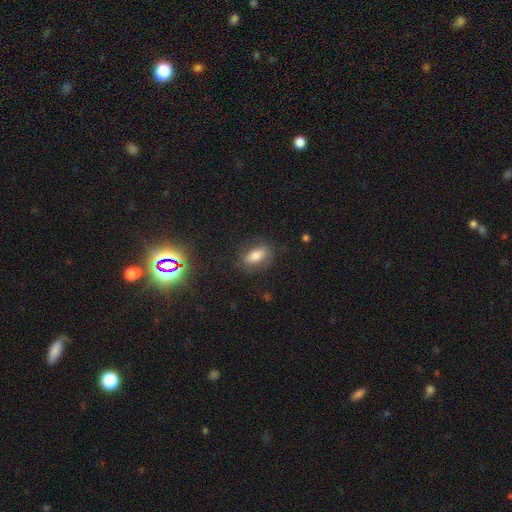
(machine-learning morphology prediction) Q: Smooth or featured?
A: smooth (68%); runner-up: featured or disk (20%)
Q: How rounded?
A: in between (84%); runner-up: cigar-shaped (8%)
Q: Merging?
A: none (76%); runner-up: minor disturbance (16%)